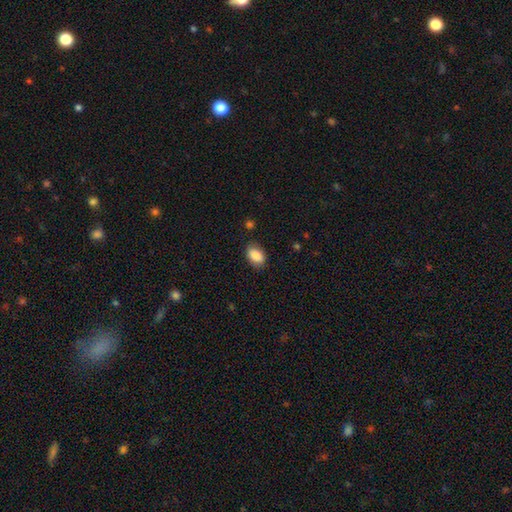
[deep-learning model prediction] smooth_or_featured: smooth (p=0.88) [alt: star or artifact p=0.07]
how_rounded: in between (p=0.87) [alt: round p=0.12]
merging: none (p=0.82) [alt: minor disturbance p=0.13]